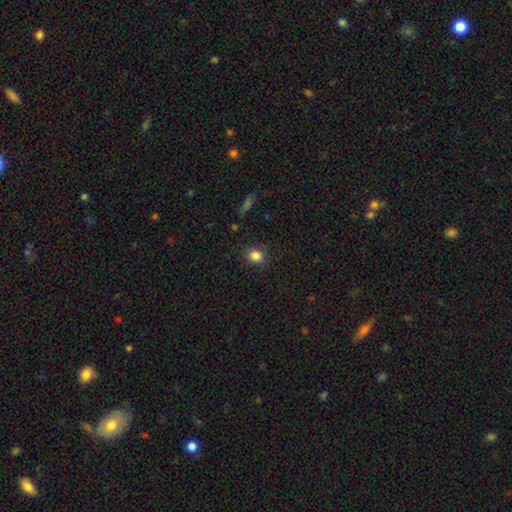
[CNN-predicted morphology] Smooth or featured? Predicted: smooth (p=0.84). How rounded? Predicted: round (p=0.59). Merging? Predicted: none (p=0.87).